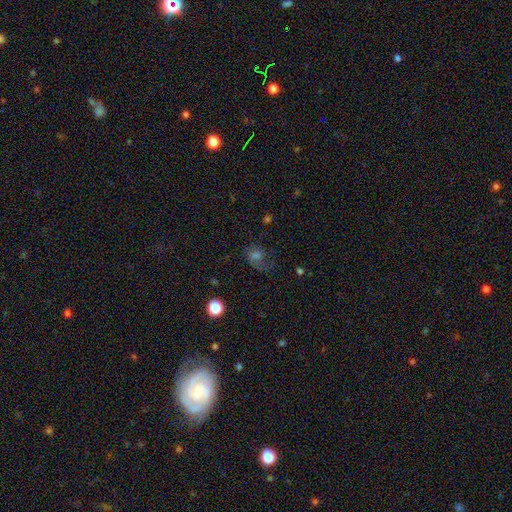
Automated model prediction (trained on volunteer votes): The model was most divided on "smooth or featured": smooth: 42%, featured or disk: 34%, star or artifact: 25%. Remaining: merging — none (47%).